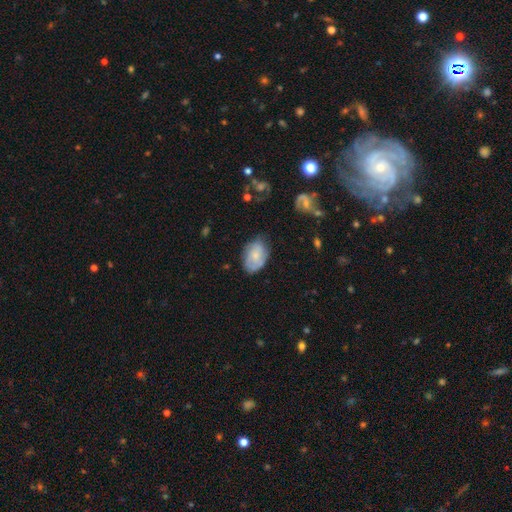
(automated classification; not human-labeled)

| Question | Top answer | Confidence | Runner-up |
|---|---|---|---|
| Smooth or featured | smooth | 51% | featured or disk (42%) |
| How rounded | in between | 86% | round (13%) |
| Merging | none | 70% | minor disturbance (23%) |